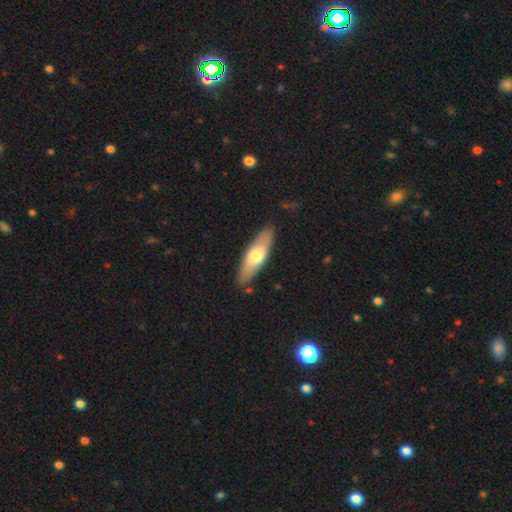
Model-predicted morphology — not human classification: A smooth galaxy with no disk features (58%) that is cigar-shaped (57%).

Vote fractions:
- Smooth or featured? smooth: 58% / featured or disk: 37% / star or artifact: 5%
- How rounded? cigar-shaped: 57% / in between: 41% / round: 2%
- Merging? none: 85% / minor disturbance: 11% / major disturbance: 2% / merger: 2%